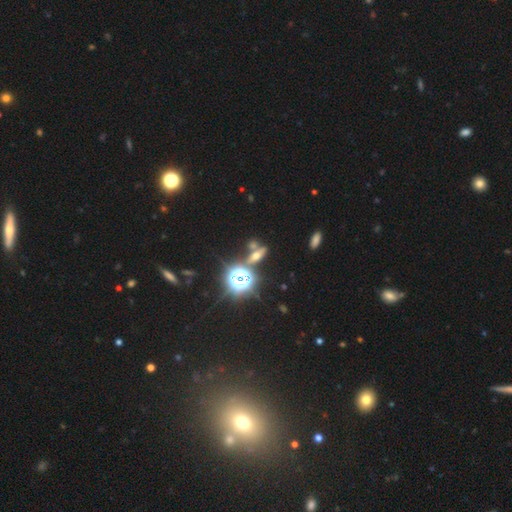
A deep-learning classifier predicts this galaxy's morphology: Smooth or featured?
  - star or artifact: 43% *
  - smooth: 30%
  - featured or disk: 27%